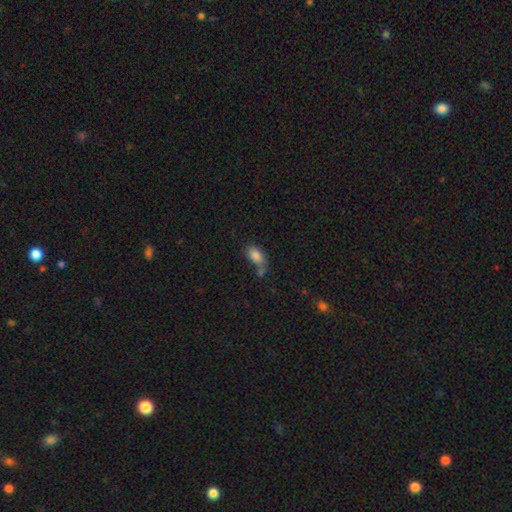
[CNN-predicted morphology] smooth-or-featured: smooth: 83% | featured or disk: 9% | star or artifact: 9%
  how-rounded: in between: 89% | round: 8% | cigar-shaped: 3%
  merging: none: 43% | merger: 30% | minor disturbance: 19% | major disturbance: 8%